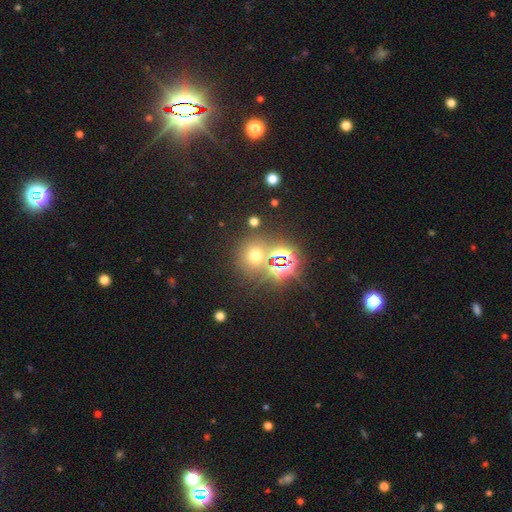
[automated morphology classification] smooth 49%, star or artifact 42%, featured or disk 9%. Down the decision tree: merging — none (74%).